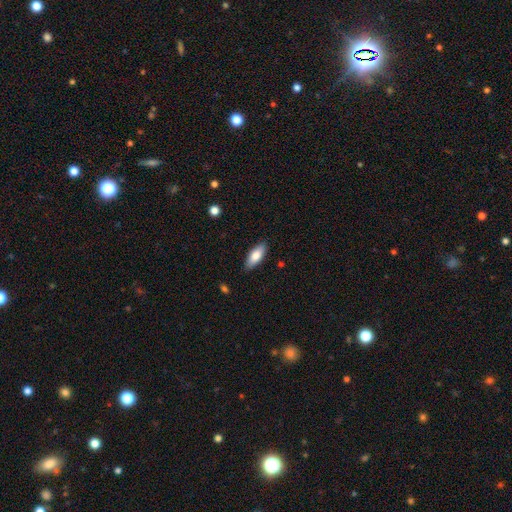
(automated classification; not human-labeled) Morphology: type=smooth (79%); roundness=in between (75%); merging=none (87%).